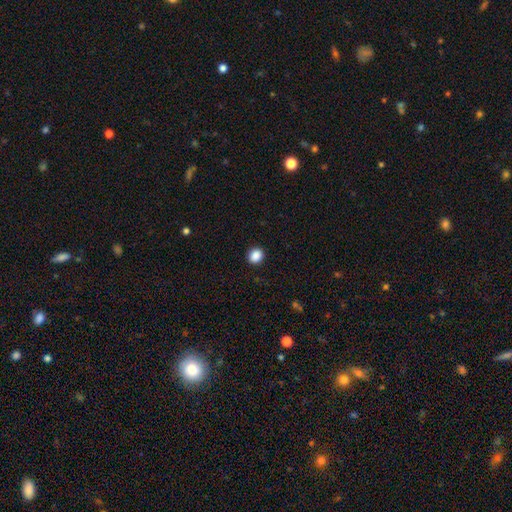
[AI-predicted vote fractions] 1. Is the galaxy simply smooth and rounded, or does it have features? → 88% smooth, 9% star or artifact, 2% featured or disk.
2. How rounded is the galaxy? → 77% round, 22% in between, 1% cigar-shaped.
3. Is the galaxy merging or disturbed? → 92% none, 5% minor disturbance, 2% major disturbance, 1% merger.